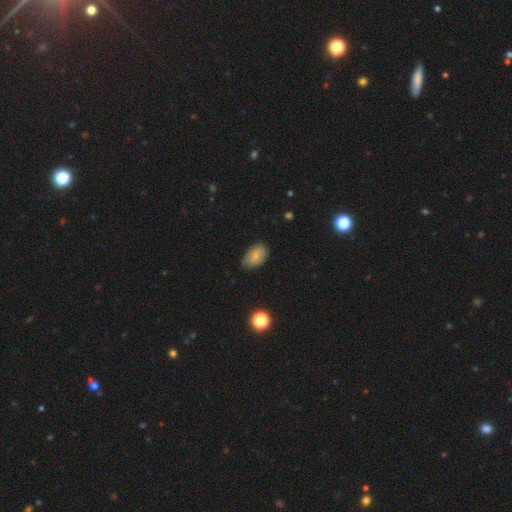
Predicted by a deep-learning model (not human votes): smooth_or_featured: smooth (p=0.79) [alt: featured or disk p=0.12]
how_rounded: in between (p=0.90) [alt: round p=0.09]
merging: none (p=0.74) [alt: minor disturbance p=0.21]